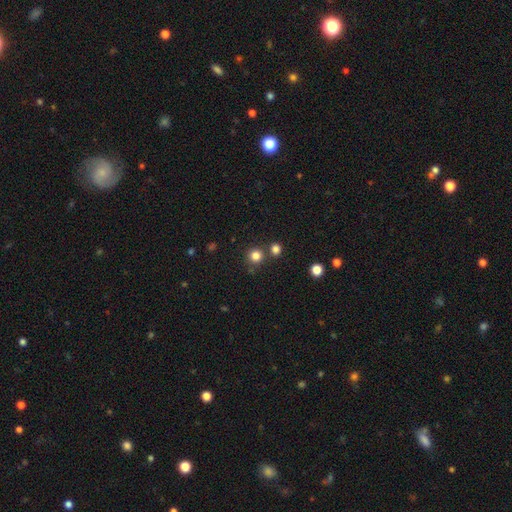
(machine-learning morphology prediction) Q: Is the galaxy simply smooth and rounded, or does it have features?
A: smooth — 81%.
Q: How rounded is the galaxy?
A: round — 93%.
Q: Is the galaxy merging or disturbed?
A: none — 77%.